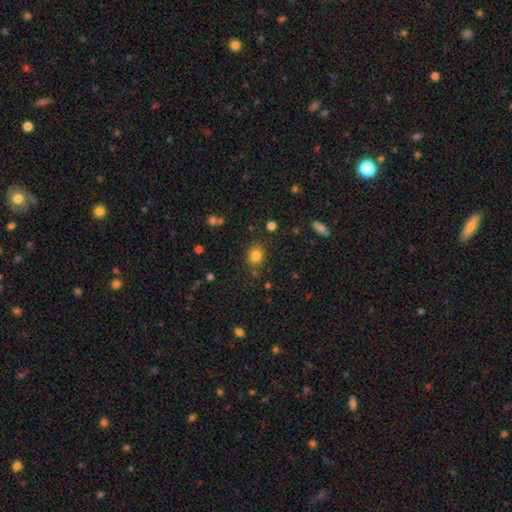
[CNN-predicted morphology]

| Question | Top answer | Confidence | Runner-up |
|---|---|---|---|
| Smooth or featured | smooth | 81% | star or artifact (13%) |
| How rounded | round | 62% | in between (37%) |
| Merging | none | 82% | minor disturbance (11%) |